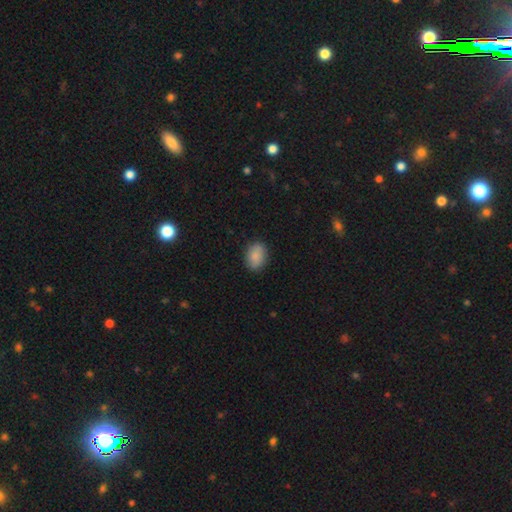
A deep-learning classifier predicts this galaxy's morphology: smooth 87%, star or artifact 7%, featured or disk 6%. Down the decision tree: how rounded — in between (76%); merging — none (86%).